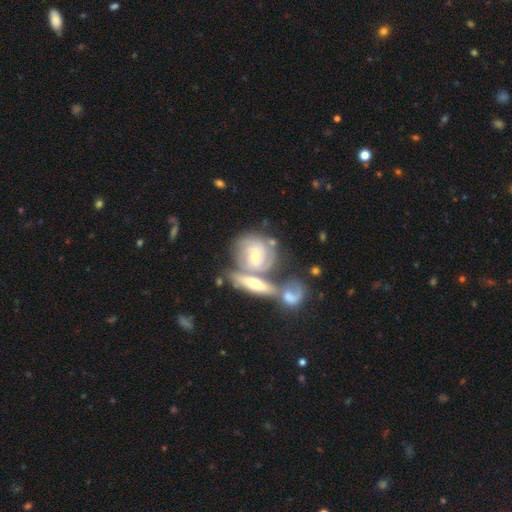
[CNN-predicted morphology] Smooth or featured? Predicted: featured or disk (p=0.79). Edge-on disk? Predicted: no (p=0.93). Bar? Predicted: no (p=0.46). Spiral arms? Predicted: yes (p=0.94). Spiral winding? Predicted: tight (p=0.65). Spiral arm count? Predicted: 3 (p=0.33). Bulge size? Predicted: small (p=0.53). Merging? Predicted: merger (p=0.43).